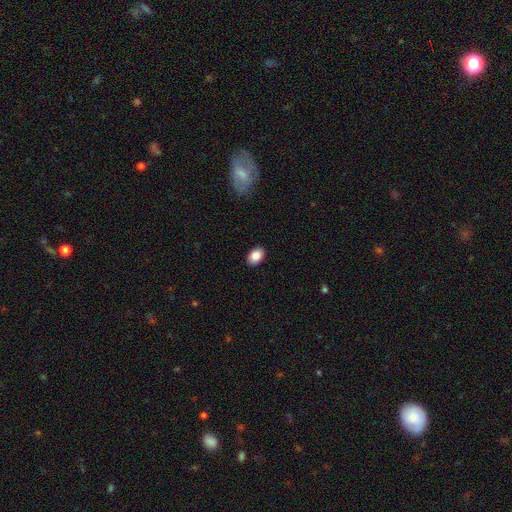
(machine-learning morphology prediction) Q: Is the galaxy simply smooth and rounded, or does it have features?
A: smooth — 87%.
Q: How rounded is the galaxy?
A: in between — 83%.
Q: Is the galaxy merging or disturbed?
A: none — 90%.